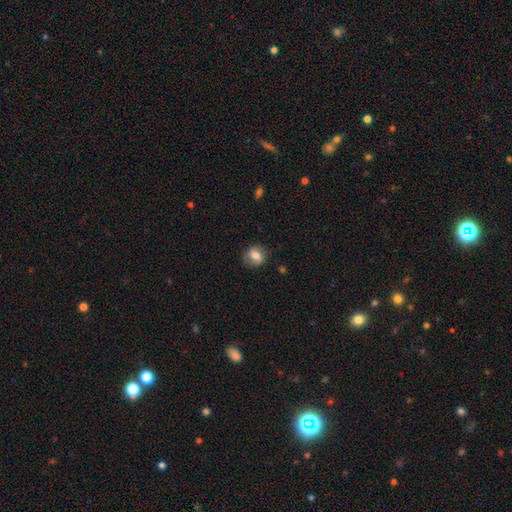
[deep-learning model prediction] Morphology: type=smooth (69%); roundness=round (61%); merging=none (79%).